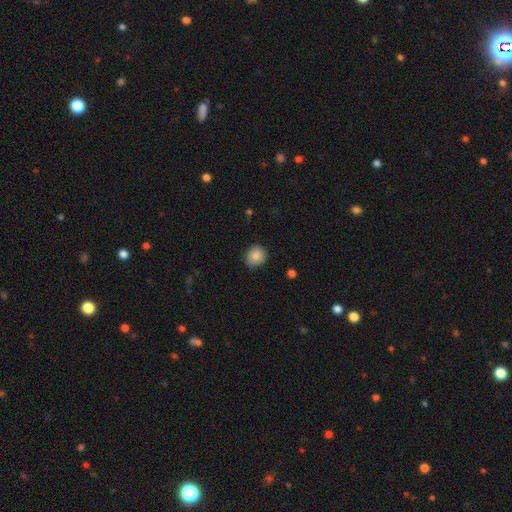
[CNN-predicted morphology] This appears to be a smooth galaxy with no disk features (87%) that is round (83%). Merging: none (82%).